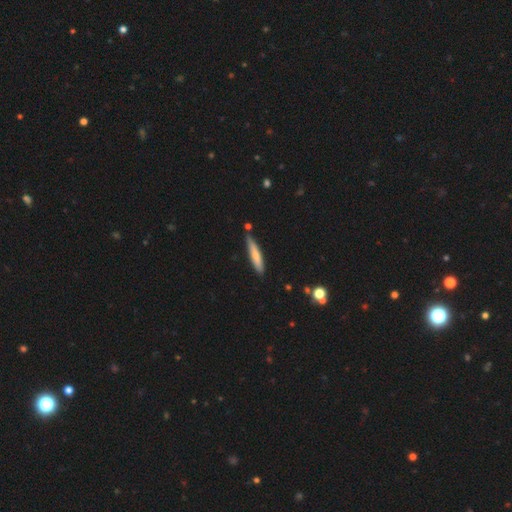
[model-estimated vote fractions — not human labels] smooth 64%, featured or disk 30%, star or artifact 6%. Down the decision tree: how rounded — cigar-shaped (89%); merging — none (77%).